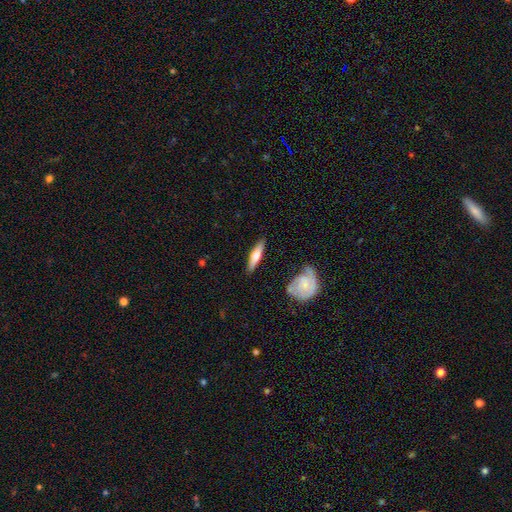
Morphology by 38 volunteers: Smooth or featured? 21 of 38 (55%) said smooth. How rounded? 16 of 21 (76%) said cigar-shaped. Merging? 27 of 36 (75%) said none.